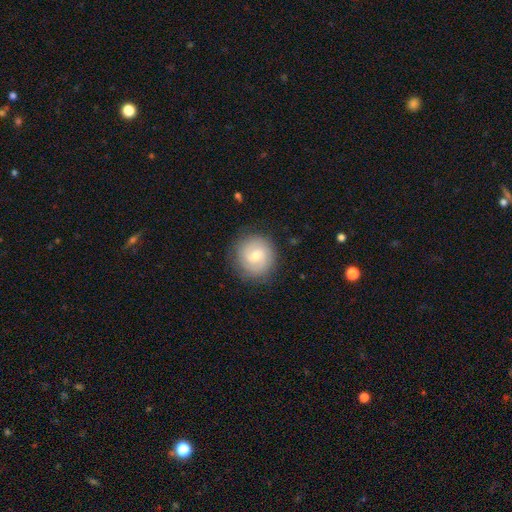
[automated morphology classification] Smooth or featured: featured or disk — 47% (smooth — 46%)
Merging: none — 85% (minor disturbance — 10%)